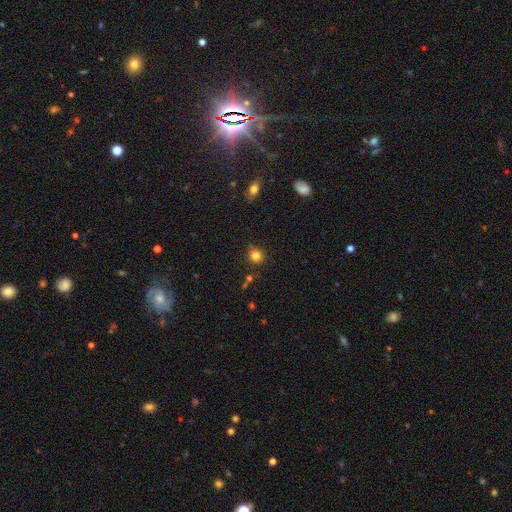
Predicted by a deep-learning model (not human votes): This is clearly a smooth galaxy (81%). How rounded: clearly round (91%). Merging: clearly none (83%).